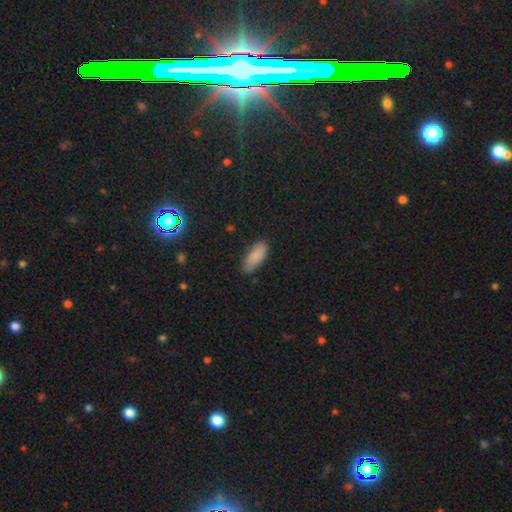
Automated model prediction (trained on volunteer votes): smooth 86%, star or artifact 7%, featured or disk 6%. Down the decision tree: how rounded — in between (81%); merging — none (81%).